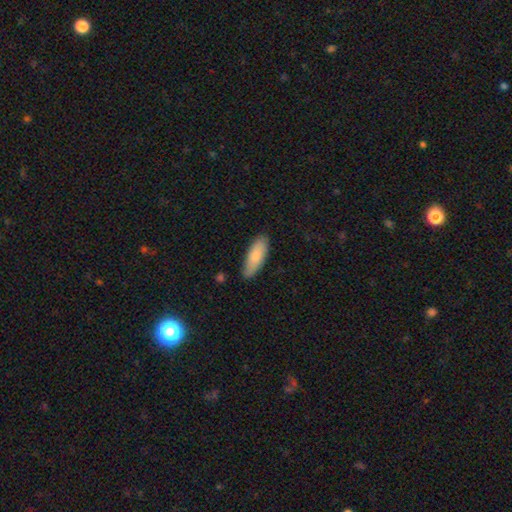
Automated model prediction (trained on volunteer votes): Smooth or featured? Predicted: smooth (p=0.82). How rounded? Predicted: in between (p=0.66). Merging? Predicted: none (p=0.80).